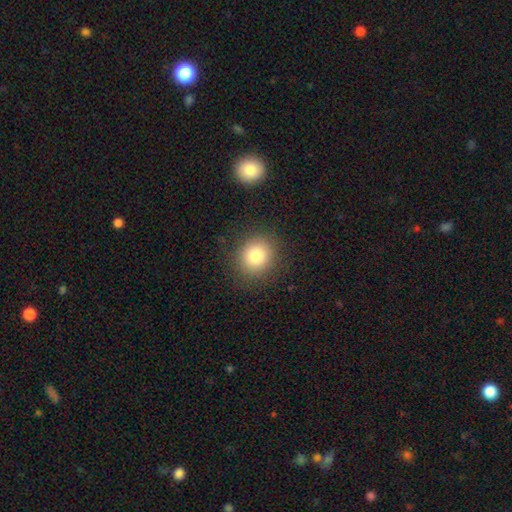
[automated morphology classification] Smooth or featured? Predicted: smooth (p=0.80). How rounded? Predicted: round (p=0.84). Merging? Predicted: none (p=0.88).